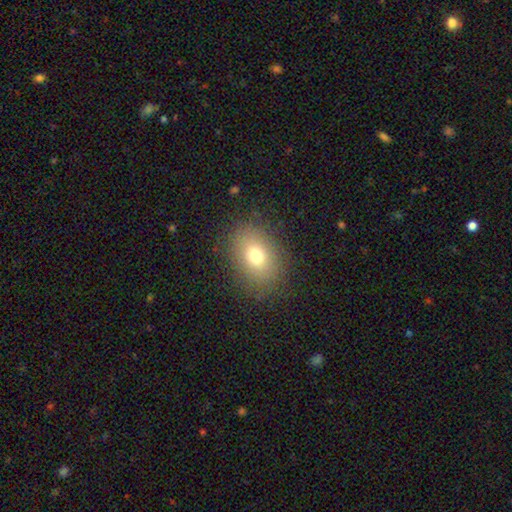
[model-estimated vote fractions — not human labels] Smooth or featured? smooth (74%)
How rounded? in between (70%)
Merging? none (85%)